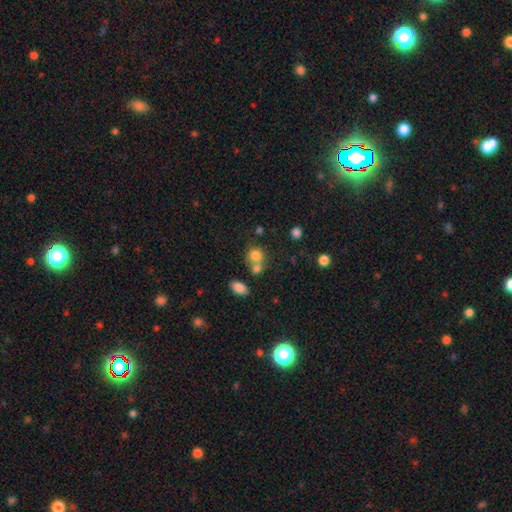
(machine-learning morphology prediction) A smooth galaxy with no disk features (79%) that is round (77%).

Vote fractions:
- Smooth or featured? smooth: 79% / star or artifact: 12% / featured or disk: 10%
- How rounded? round: 77% / in between: 22% / cigar-shaped: 1%
- Merging? none: 44% / merger: 42% / minor disturbance: 9% / major disturbance: 4%